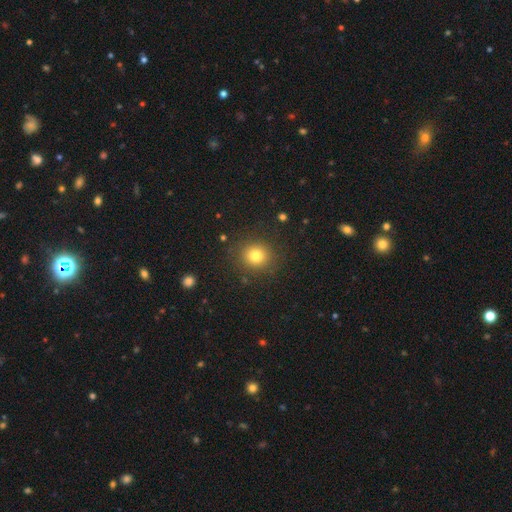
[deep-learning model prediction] Overall: smooth (78%). How rounded: round (87%). Merging: none (87%).